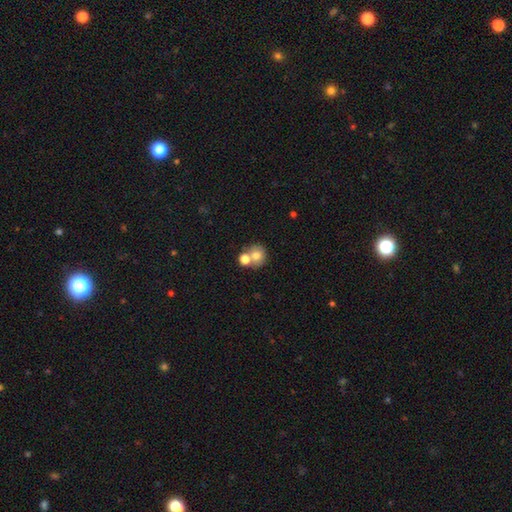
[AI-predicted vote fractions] This appears to be a smooth galaxy with no disk features (72%) that is round (83%). Merging: none (46%).